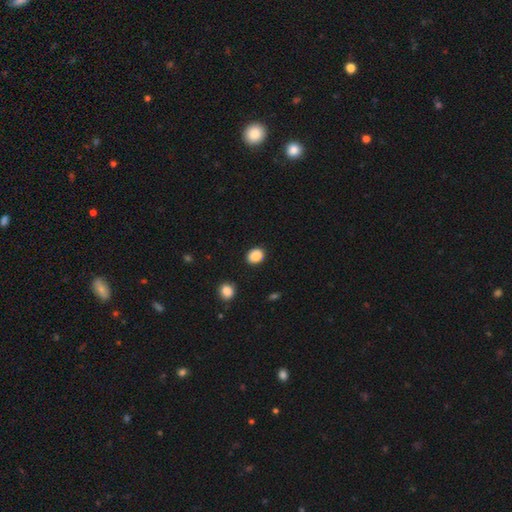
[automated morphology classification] Q: Smooth or featured?
A: smooth (88%); runner-up: star or artifact (9%)
Q: How rounded?
A: round (52%); runner-up: in between (47%)
Q: Merging?
A: none (88%); runner-up: minor disturbance (8%)